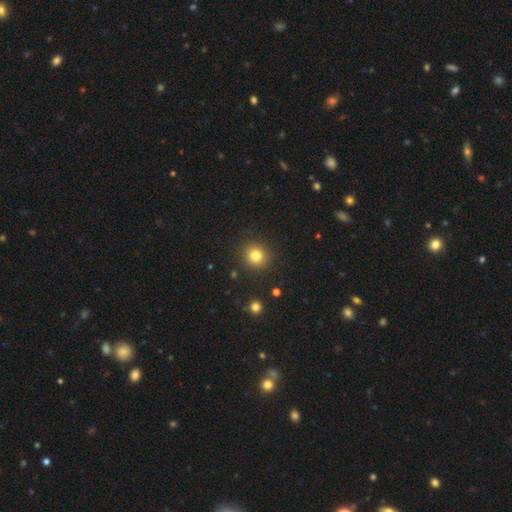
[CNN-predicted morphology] Q: Smooth or featured?
A: smooth (81%); runner-up: star or artifact (12%)
Q: How rounded?
A: round (89%); runner-up: in between (11%)
Q: Merging?
A: none (88%); runner-up: minor disturbance (7%)